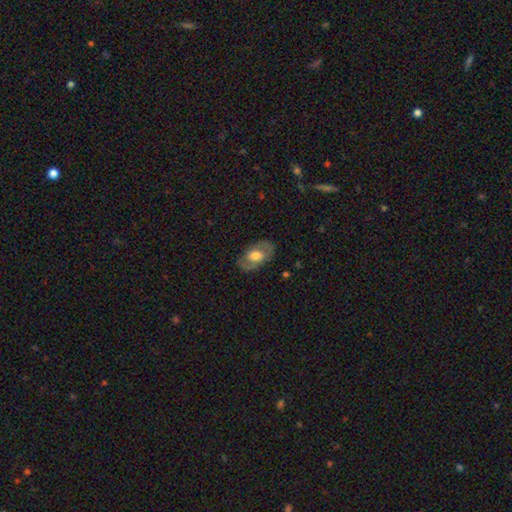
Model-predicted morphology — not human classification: smooth_or_featured: featured or disk (p=0.47) [alt: smooth p=0.46]
merging: none (p=0.78) [alt: minor disturbance p=0.15]